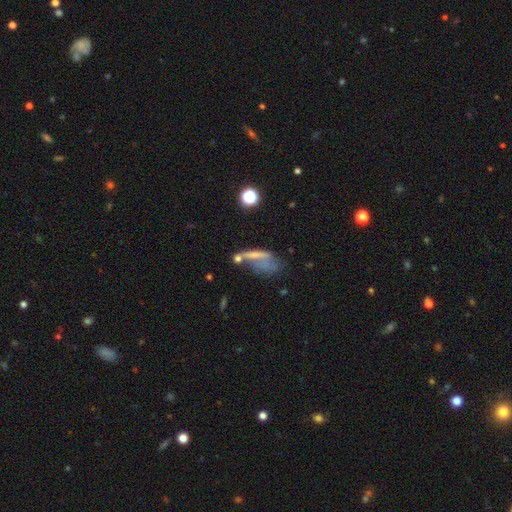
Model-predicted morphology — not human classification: type=smooth (45%); merging=major disturbance (35%).